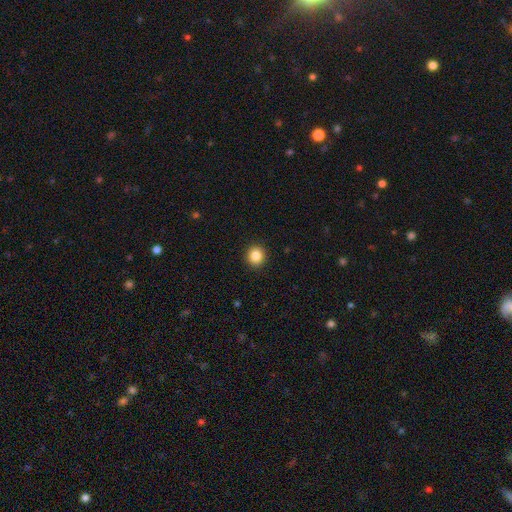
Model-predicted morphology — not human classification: Smooth or featured? smooth (86%)
How rounded? round (89%)
Merging? none (92%)